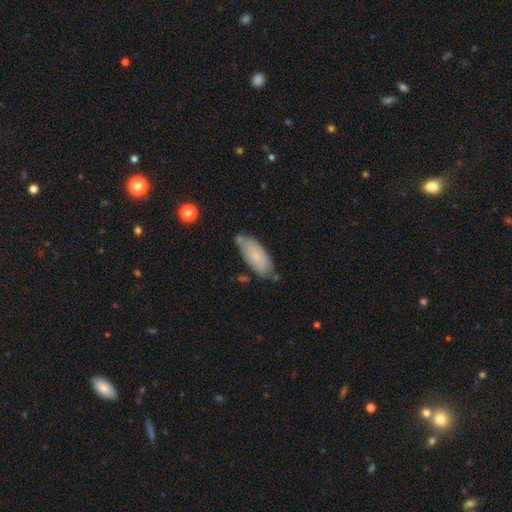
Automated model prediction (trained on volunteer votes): Smooth or featured? smooth (74%)
How rounded? in between (77%)
Merging? none (66%)